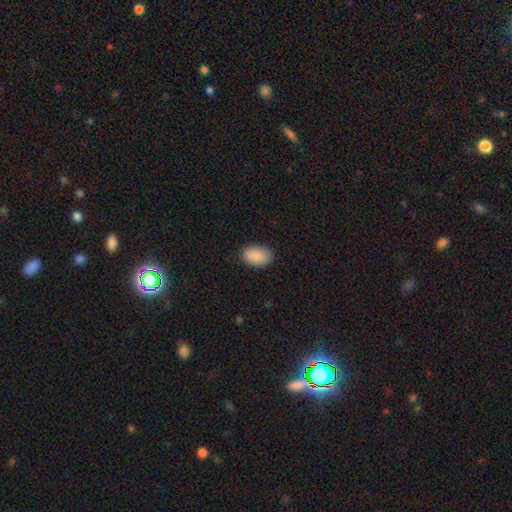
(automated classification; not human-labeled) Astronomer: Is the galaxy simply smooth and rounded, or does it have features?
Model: smooth — 90%.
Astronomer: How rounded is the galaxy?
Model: in between — 90%.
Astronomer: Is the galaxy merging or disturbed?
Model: none — 86%.